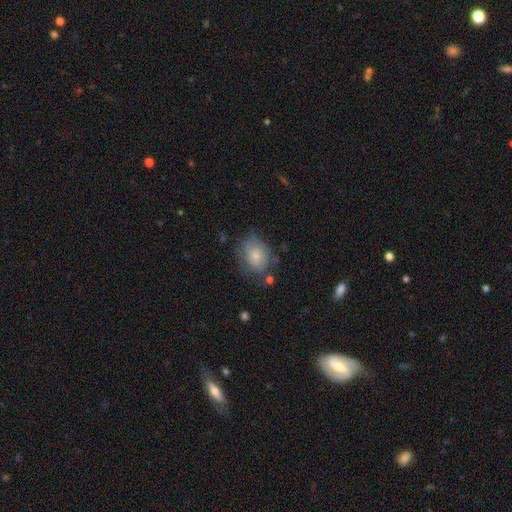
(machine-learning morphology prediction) Smooth or featured?
  - smooth: 72% *
  - featured or disk: 20%
  - star or artifact: 8%
How rounded?
  - in between: 56% *
  - round: 43%
  - cigar-shaped: 1%
Merging?
  - none: 63% *
  - minor disturbance: 24%
  - major disturbance: 9%
  - merger: 3%